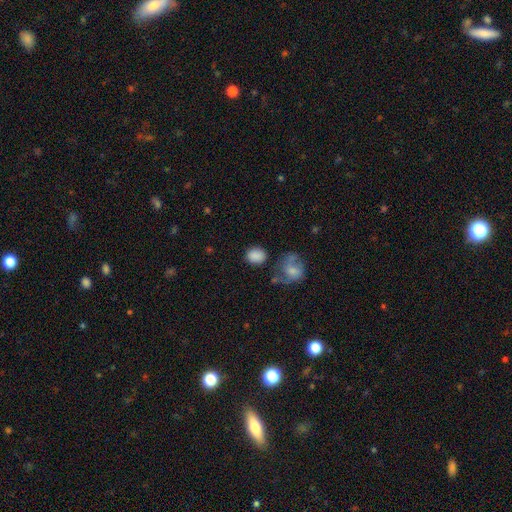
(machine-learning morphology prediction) Smooth or featured? smooth (85%)
How rounded? in between (49%, tied with round)
Merging? none (68%)